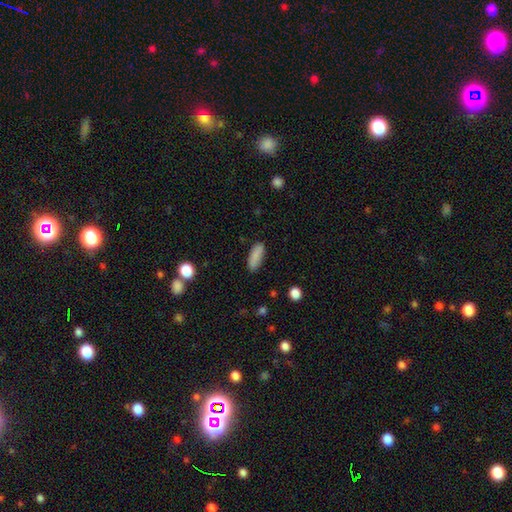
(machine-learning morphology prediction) Smooth or featured? Predicted: smooth (p=0.88). How rounded? Predicted: in between (p=0.66). Merging? Predicted: none (p=0.86).